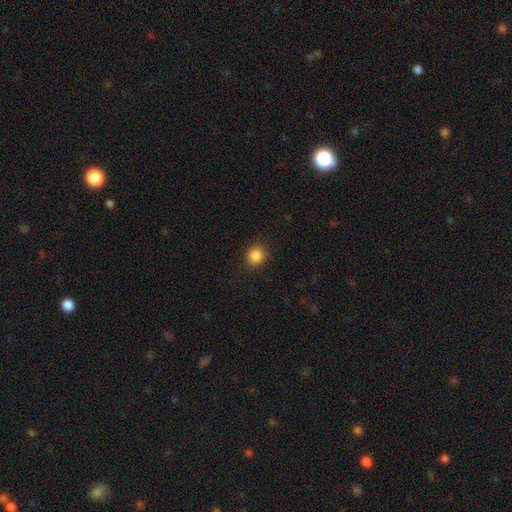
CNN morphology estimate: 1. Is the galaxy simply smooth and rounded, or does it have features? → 86% smooth, 10% star or artifact, 3% featured or disk.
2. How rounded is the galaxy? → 84% round, 15% in between, 1% cigar-shaped.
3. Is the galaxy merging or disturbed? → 90% none, 6% minor disturbance, 2% major disturbance, 1% merger.